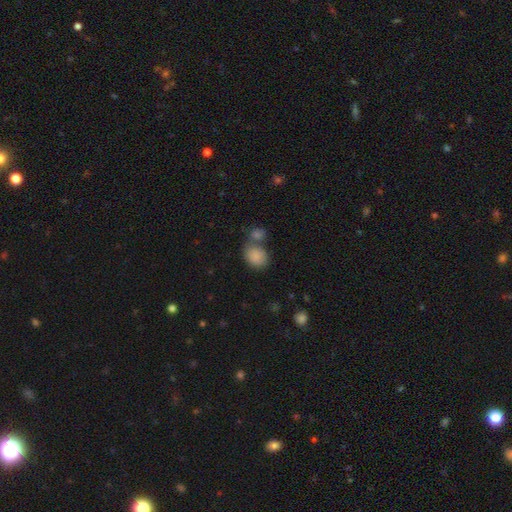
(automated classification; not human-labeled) A smooth galaxy with no disk features (85%) that is in between round and cigar-shaped (50%).

Vote fractions:
- Smooth or featured? smooth: 85% / star or artifact: 8% / featured or disk: 6%
- How rounded? in between: 50% / round: 49% / cigar-shaped: 1%
- Merging? none: 47% / merger: 36% / minor disturbance: 12% / major disturbance: 5%